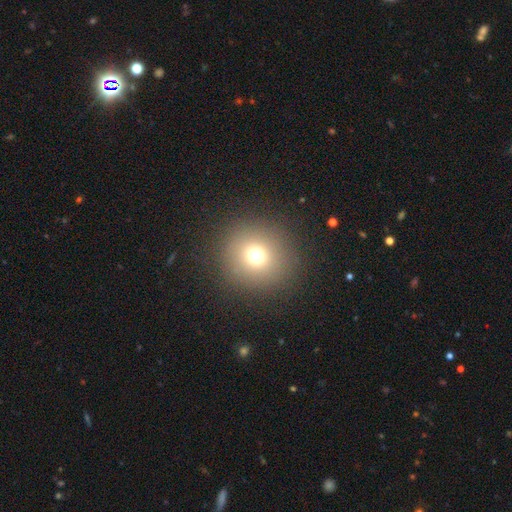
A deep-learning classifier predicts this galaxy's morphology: Q: Smooth or featured?
A: smooth (71%); runner-up: star or artifact (19%)
Q: How rounded?
A: round (93%); runner-up: in between (6%)
Q: Merging?
A: none (89%); runner-up: minor disturbance (6%)